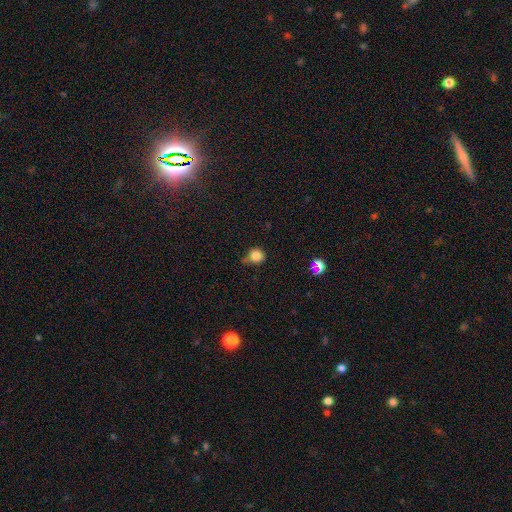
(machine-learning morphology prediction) smooth_or_featured: smooth (p=0.83) [alt: star or artifact p=0.12]
how_rounded: round (p=0.87) [alt: in between p=0.12]
merging: none (p=0.66) [alt: minor disturbance p=0.22]